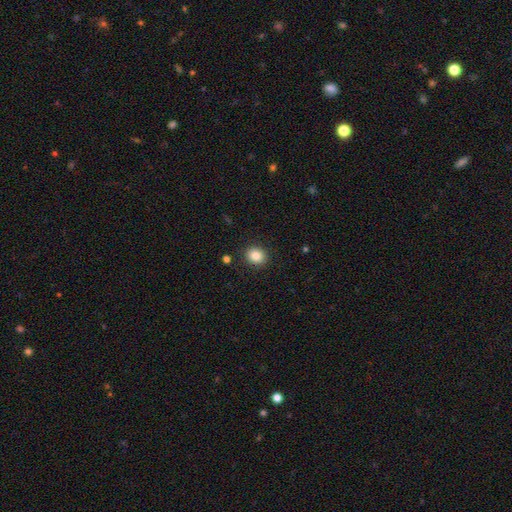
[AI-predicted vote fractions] A smooth galaxy with no disk features (85%) that is round (70%).

Vote fractions:
- Smooth or featured? smooth: 85% / star or artifact: 10% / featured or disk: 6%
- How rounded? round: 70% / in between: 29% / cigar-shaped: 1%
- Merging? none: 90% / minor disturbance: 7% / major disturbance: 2% / merger: 1%